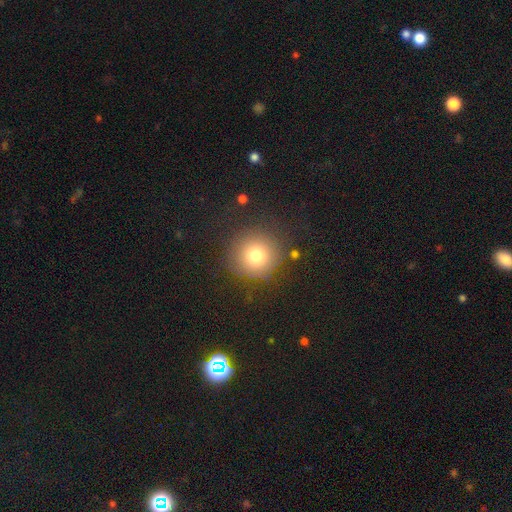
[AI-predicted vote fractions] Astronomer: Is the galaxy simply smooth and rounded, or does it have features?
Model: smooth — 76%.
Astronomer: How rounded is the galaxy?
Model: round — 94%.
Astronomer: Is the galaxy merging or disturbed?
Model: none — 84%.